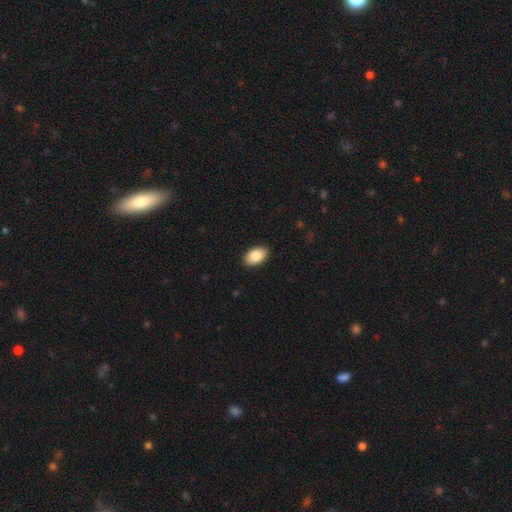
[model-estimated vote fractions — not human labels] Smooth or featured? smooth (86%)
How rounded? in between (94%)
Merging? none (90%)